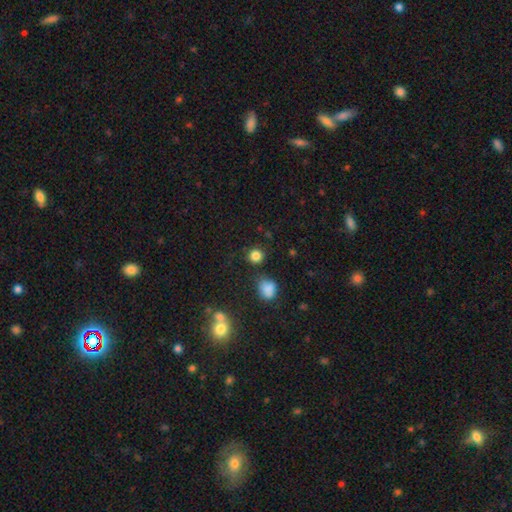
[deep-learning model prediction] Smooth or featured? smooth (82%)
How rounded? round (90%)
Merging? none (84%)